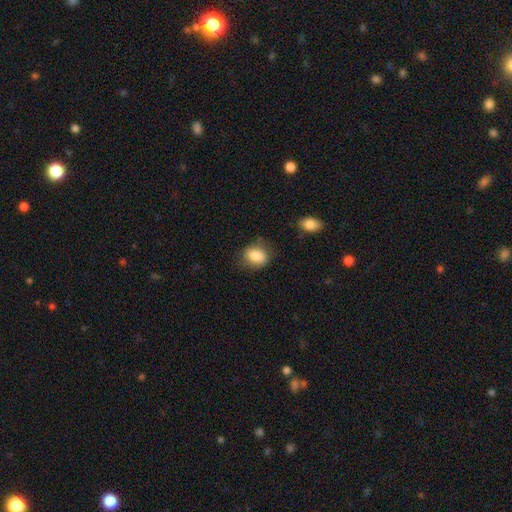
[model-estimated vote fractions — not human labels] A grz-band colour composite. It shows a smooth galaxy with no disk features (85%) that is in between round and cigar-shaped (63%). Merging: none (71%).